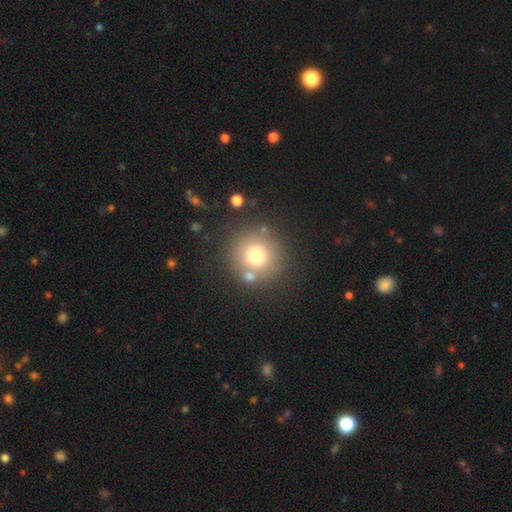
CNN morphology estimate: A smooth galaxy with no disk features (72%) that is round (94%).

Vote fractions:
- Smooth or featured? smooth: 72% / star or artifact: 14% / featured or disk: 14%
- How rounded? round: 94% / in between: 5% / cigar-shaped: 1%
- Merging? none: 77% / merger: 11% / minor disturbance: 9% / major disturbance: 4%